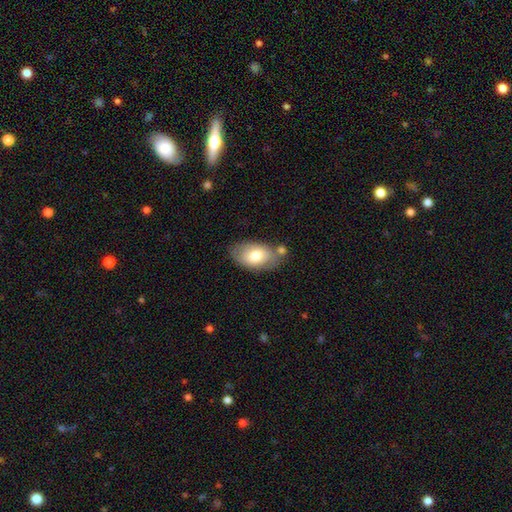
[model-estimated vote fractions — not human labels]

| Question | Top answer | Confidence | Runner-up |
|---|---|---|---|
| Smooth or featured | smooth | 74% | featured or disk (20%) |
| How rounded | in between | 91% | round (7%) |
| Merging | none | 63% | minor disturbance (19%) |